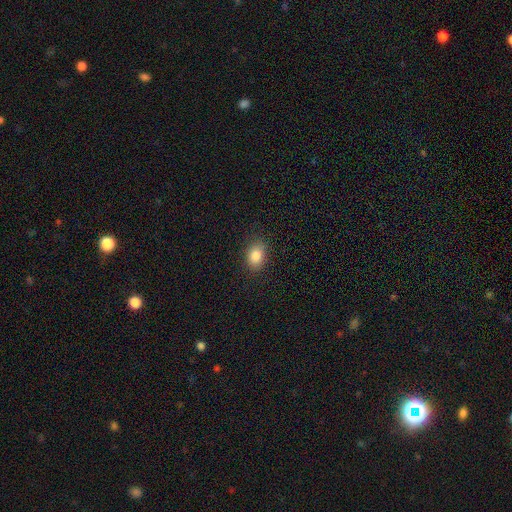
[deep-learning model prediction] A smooth galaxy with no disk features (85%) that is in between round and cigar-shaped (75%).

Vote fractions:
- Smooth or featured? smooth: 85% / star or artifact: 9% / featured or disk: 6%
- How rounded? in between: 75% / round: 23% / cigar-shaped: 1%
- Merging? none: 86% / minor disturbance: 10% / major disturbance: 3% / merger: 1%